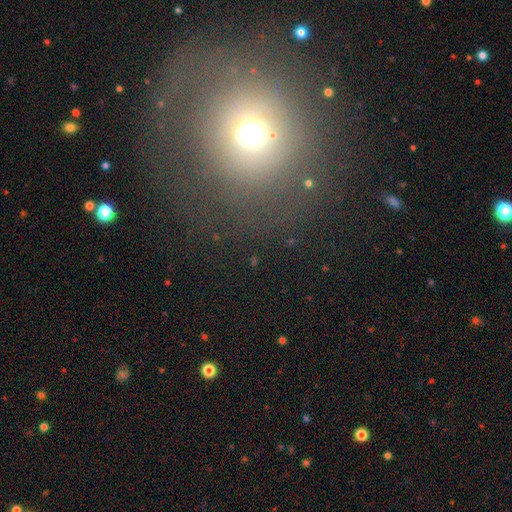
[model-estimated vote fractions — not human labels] Morphology: type=smooth (51%); roundness=round (91%); merging=none (75%).